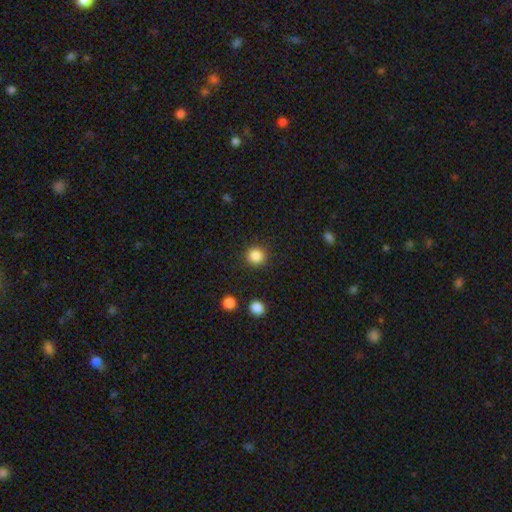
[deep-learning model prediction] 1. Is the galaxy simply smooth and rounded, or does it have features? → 86% smooth, 10% star or artifact, 4% featured or disk.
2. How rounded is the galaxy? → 93% round, 6% in between, 1% cigar-shaped.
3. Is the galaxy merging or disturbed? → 91% none, 6% minor disturbance, 2% major disturbance, 1% merger.